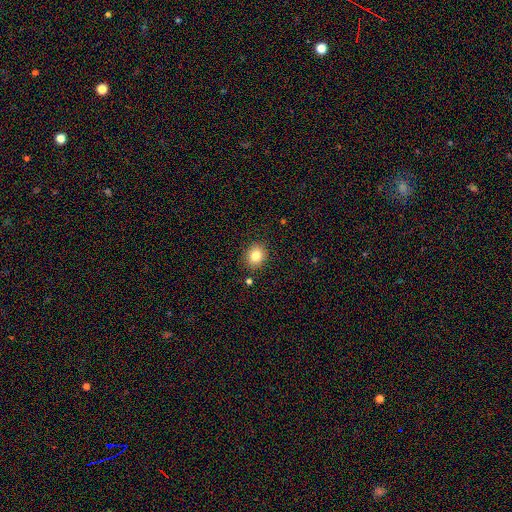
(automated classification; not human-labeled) smooth 82%, star or artifact 11%, featured or disk 8%. Down the decision tree: how rounded — round (64%); merging — none (87%).